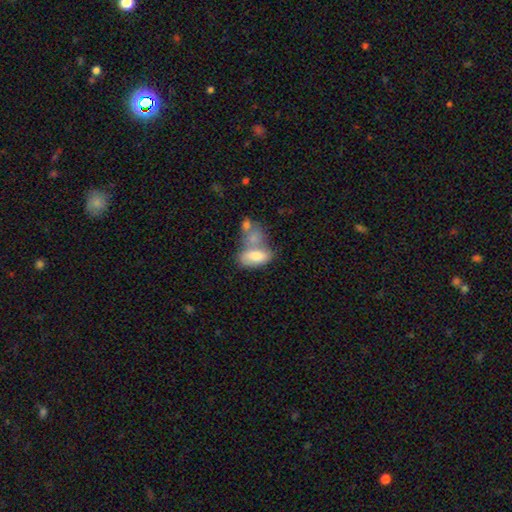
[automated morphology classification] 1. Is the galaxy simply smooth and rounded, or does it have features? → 72% smooth, 21% featured or disk, 8% star or artifact.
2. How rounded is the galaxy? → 90% in between, 5% cigar-shaped, 5% round.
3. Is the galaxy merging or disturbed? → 48% merger, 27% none, 15% minor disturbance, 10% major disturbance.